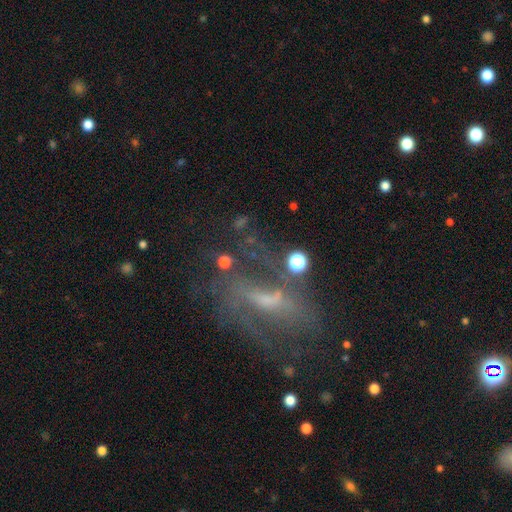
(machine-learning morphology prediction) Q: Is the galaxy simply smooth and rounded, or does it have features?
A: featured or disk — 68%.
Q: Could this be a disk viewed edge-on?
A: no — 85%.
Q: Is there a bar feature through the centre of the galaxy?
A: weak — 41%.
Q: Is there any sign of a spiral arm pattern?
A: yes — 66%.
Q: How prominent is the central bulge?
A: small — 48%.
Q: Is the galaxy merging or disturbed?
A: none — 55%.